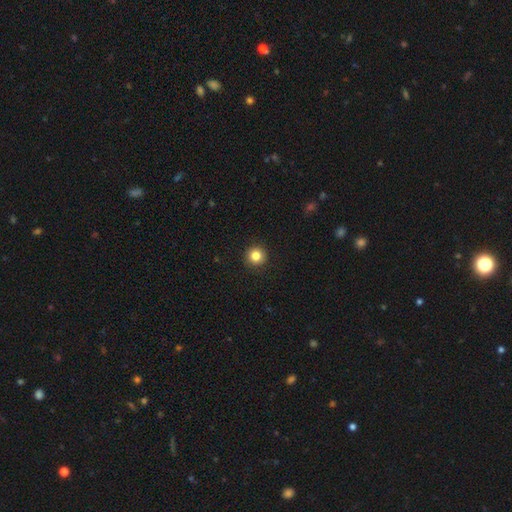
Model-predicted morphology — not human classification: A smooth galaxy with no disk features (84%) that is round (95%).

Vote fractions:
- Smooth or featured? smooth: 84% / star or artifact: 11% / featured or disk: 5%
- How rounded? round: 95% / in between: 4% / cigar-shaped: 1%
- Merging? none: 93% / minor disturbance: 4% / major disturbance: 2% / merger: 1%